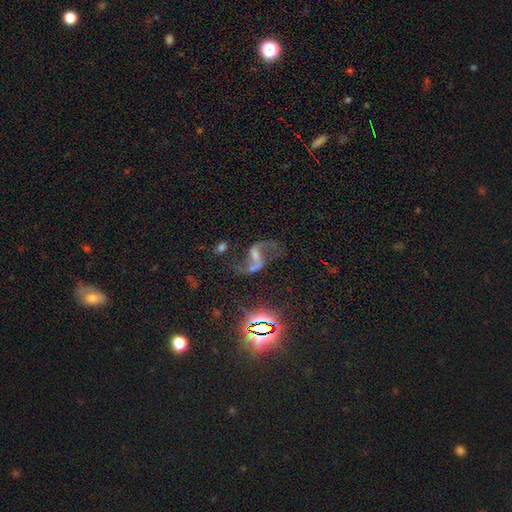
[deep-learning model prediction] This is likely a featured or disk galaxy (80%). It is clearly not viewed edge-on (97%). Bar: marginally weak (39%). Spiral arm pattern: clearly yes (95%). Spiral arm count: clearly 2 (93%). Spiral winding: clearly loose (81%). Central bulge: possibly small (46%). Merging: likely none (65%).